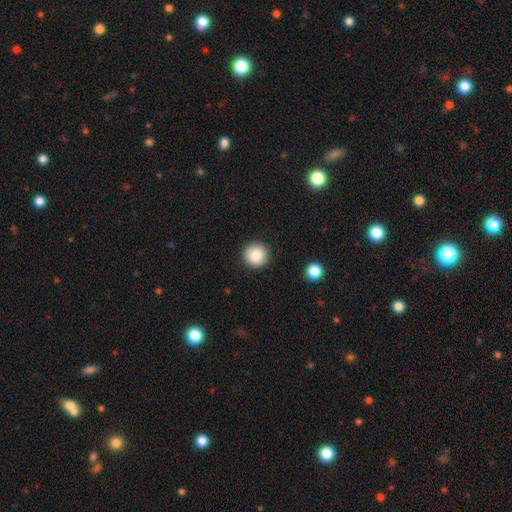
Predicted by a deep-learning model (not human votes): The model was most divided on "smooth or featured": smooth: 82%, star or artifact: 9%, featured or disk: 9%. More confident: how rounded — round (93%); merging — none (91%).